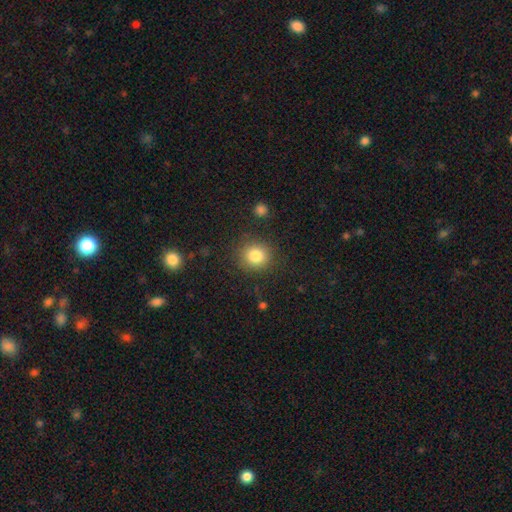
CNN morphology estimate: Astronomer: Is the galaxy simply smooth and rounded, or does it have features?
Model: smooth — 82%.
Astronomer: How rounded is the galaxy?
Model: round — 88%.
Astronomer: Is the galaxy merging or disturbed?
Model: none — 87%.